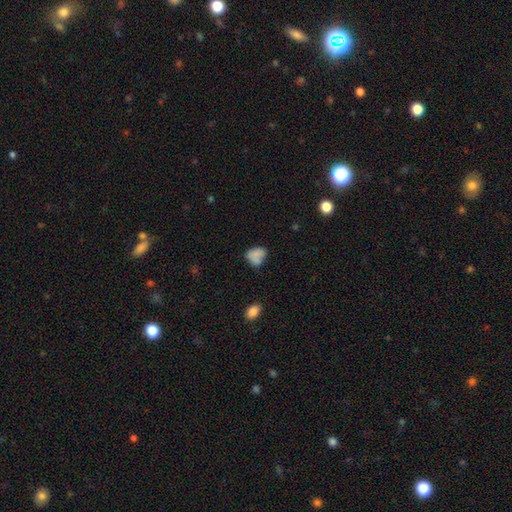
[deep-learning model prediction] Smooth or featured? smooth (75%)
How rounded? in between (58%)
Merging? none (47%)